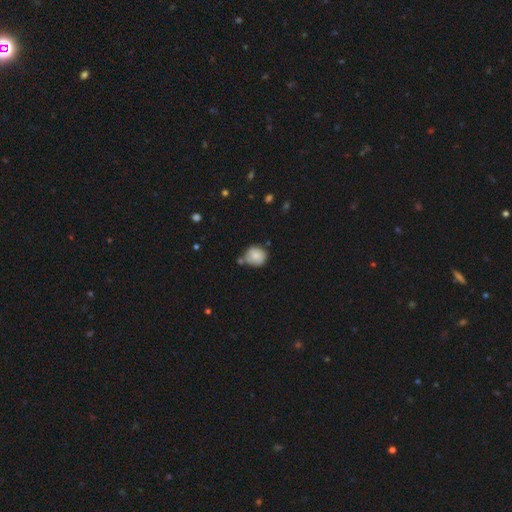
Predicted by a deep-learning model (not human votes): Smooth or featured?
  - smooth: 74% *
  - featured or disk: 17%
  - star or artifact: 9%
How rounded?
  - round: 78% *
  - in between: 21%
  - cigar-shaped: 1%
Merging?
  - none: 52% *
  - minor disturbance: 24%
  - merger: 18%
  - major disturbance: 6%